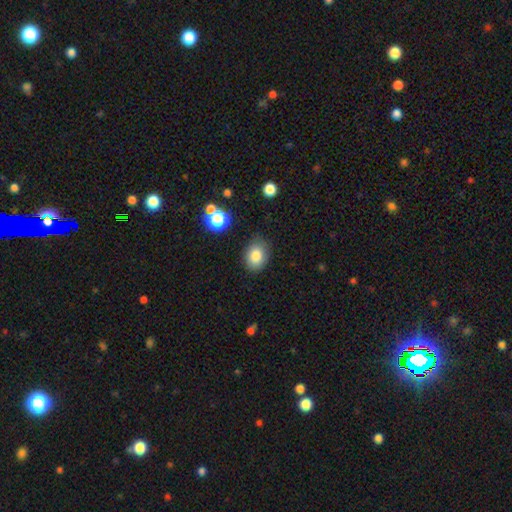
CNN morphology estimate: smooth-or-featured: smooth: 83% | star or artifact: 10% | featured or disk: 7%
  how-rounded: in between: 65% | round: 34% | cigar-shaped: 1%
  merging: none: 79% | minor disturbance: 16% | major disturbance: 4% | merger: 2%